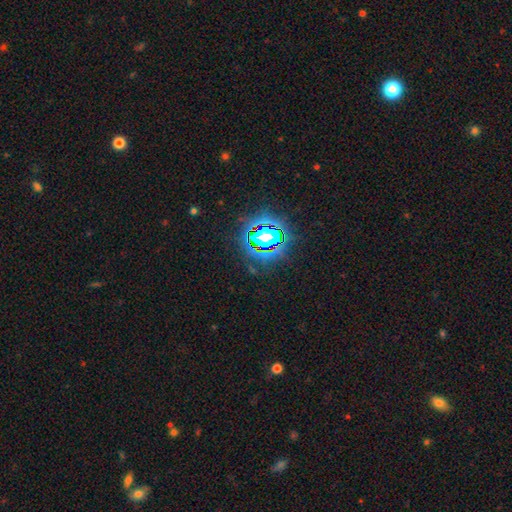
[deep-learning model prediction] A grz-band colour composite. It shows a star or artifact, not a galaxy (82%).